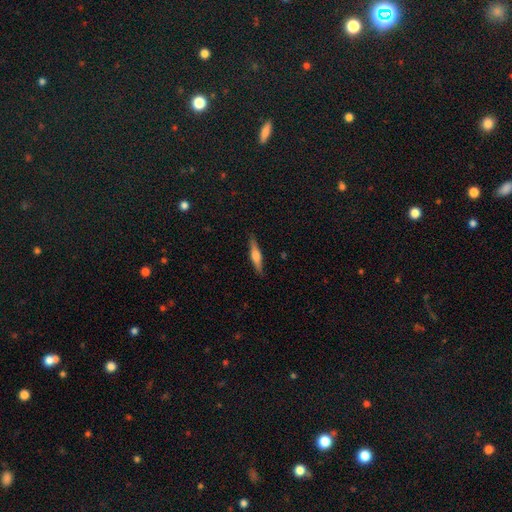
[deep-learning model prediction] Q: Smooth or featured?
A: featured or disk (49%); runner-up: smooth (45%)
Q: Merging?
A: none (88%); runner-up: minor disturbance (9%)